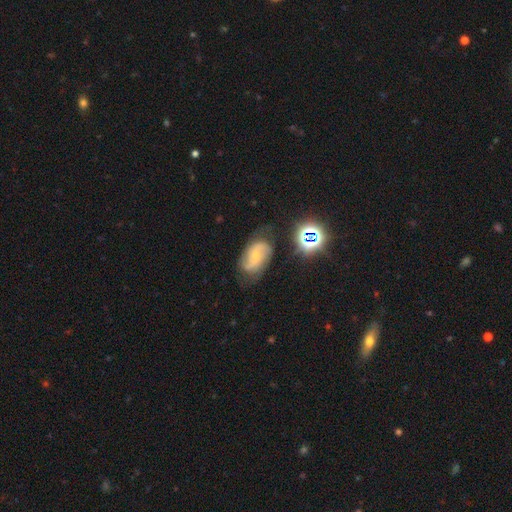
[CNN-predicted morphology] Smooth or featured?
  - featured or disk: 70% *
  - smooth: 19%
  - star or artifact: 11%
Edge-on disk?
  - no: 96% *
  - yes: 4%
Bar?
  - no: 49% *
  - weak: 40%
  - strong: 11%
Spiral arms?
  - yes: 93% *
  - no: 7%
Spiral winding?
  - medium: 45% *
  - loose: 34%
  - tight: 21%
Spiral arm count?
  - 2: 75% *
  - can't tell: 13%
  - 3: 6%
  - 1: 3%
  - 4: 2%
  - more than 4: 2%
Bulge size?
  - small: 68% *
  - moderate: 25%
  - none: 5%
  - large: 1%
  - dominant: 1%
Merging?
  - none: 63% *
  - minor disturbance: 24%
  - major disturbance: 10%
  - merger: 3%